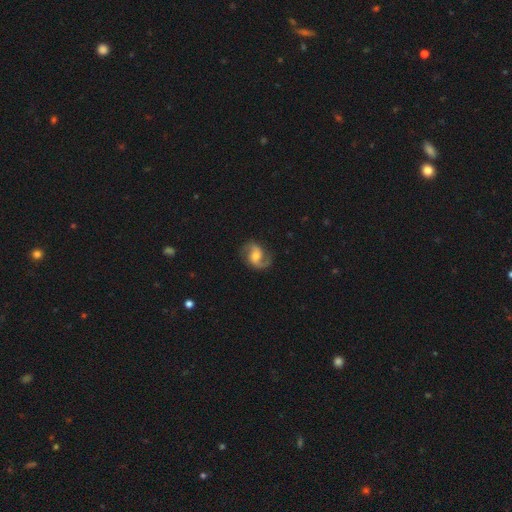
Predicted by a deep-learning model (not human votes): Q: Smooth or featured?
A: featured or disk (85%); runner-up: smooth (9%)
Q: Edge-on disk?
A: no (98%); runner-up: yes (2%)
Q: Bar?
A: weak (44%); runner-up: no (43%)
Q: Spiral arms?
A: yes (97%); runner-up: no (3%)
Q: Spiral winding?
A: medium (49%); runner-up: loose (39%)
Q: Spiral arm count?
A: 2 (93%); runner-up: 1 (2%)
Q: Bulge size?
A: moderate (60%); runner-up: small (28%)
Q: Merging?
A: none (82%); runner-up: minor disturbance (13%)